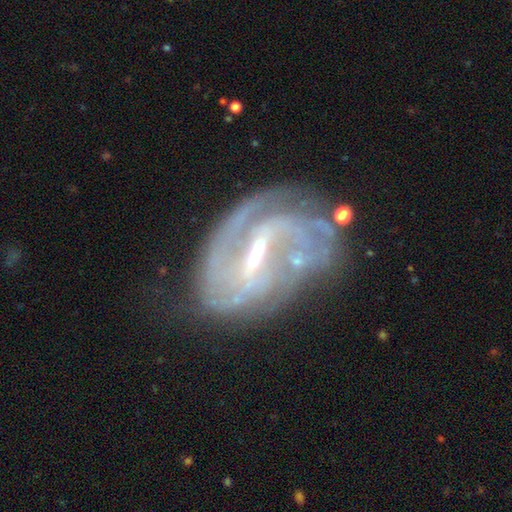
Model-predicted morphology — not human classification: This is clearly a featured or disk galaxy (85%). It is clearly not viewed edge-on (96%). Bar: possibly strong (49%). Spiral arm pattern: clearly yes (90%). Spiral arm count: marginally 2 (41%). Spiral winding: marginally tight (44%). Central bulge: possibly small (55%). Merging: possibly none (50%).